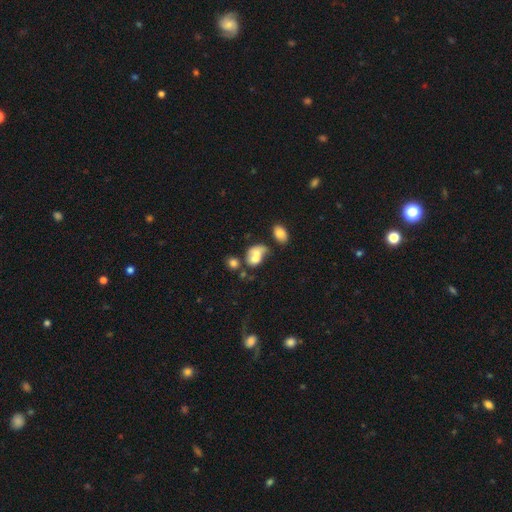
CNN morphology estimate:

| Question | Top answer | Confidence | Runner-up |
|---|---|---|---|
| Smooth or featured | smooth | 67% | featured or disk (22%) |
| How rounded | in between | 73% | round (26%) |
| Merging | merger | 44% | none (23%) |